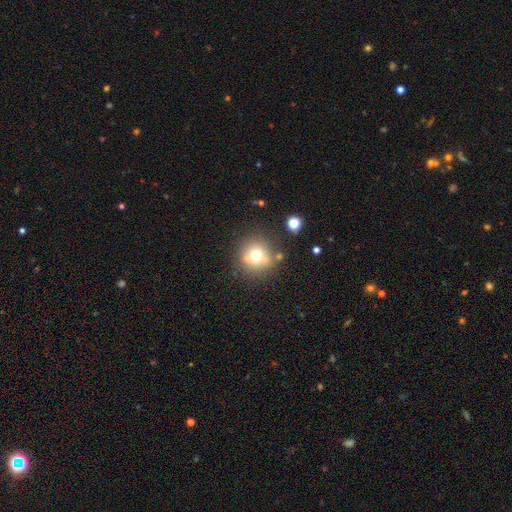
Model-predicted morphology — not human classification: smooth_or_featured: smooth (p=0.69) [alt: featured or disk p=0.16]
how_rounded: round (p=0.92) [alt: in between p=0.07]
merging: none (p=0.74) [alt: minor disturbance p=0.12]